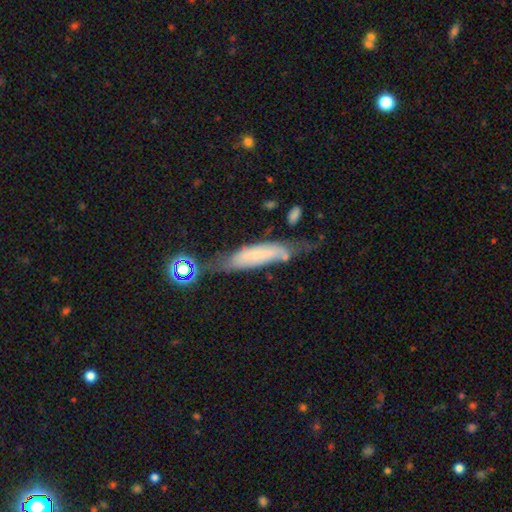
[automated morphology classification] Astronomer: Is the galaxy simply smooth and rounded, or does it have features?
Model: featured or disk — 46% (runner-up: smooth, 44%).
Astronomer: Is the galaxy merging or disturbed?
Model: none — 47% (runner-up: minor disturbance, 27%).